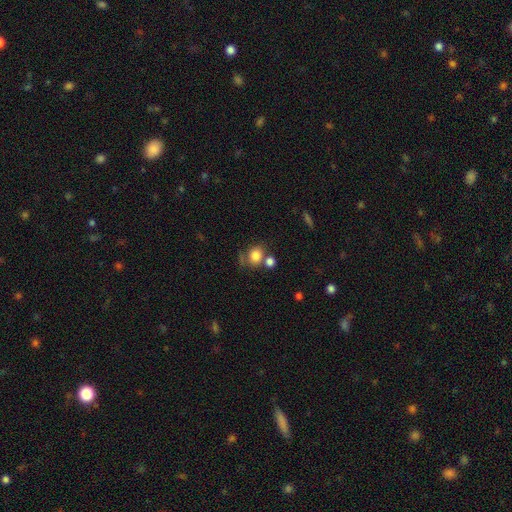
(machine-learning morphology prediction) type=smooth (80%); roundness=round (69%); merging=none (49%).